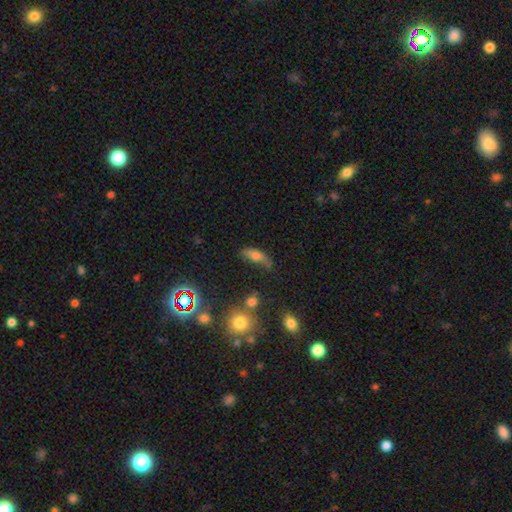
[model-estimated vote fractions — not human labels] Overall: smooth (61%; featured or disk 26%). How rounded: in between (59%; cigar-shaped 36%). Merging: none (45%; minor disturbance 31%).